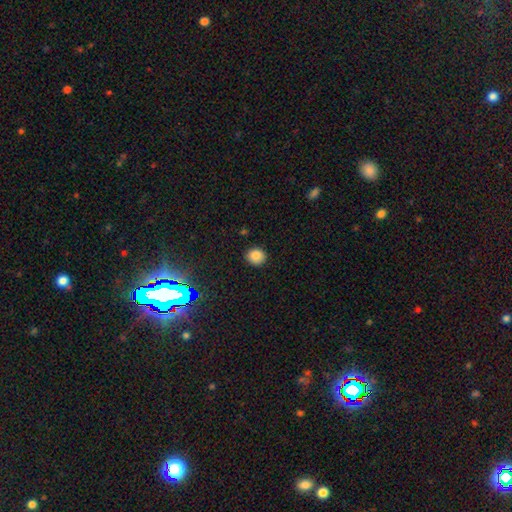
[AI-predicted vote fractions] Morphology: type=smooth (83%); roundness=round (80%); merging=none (89%).